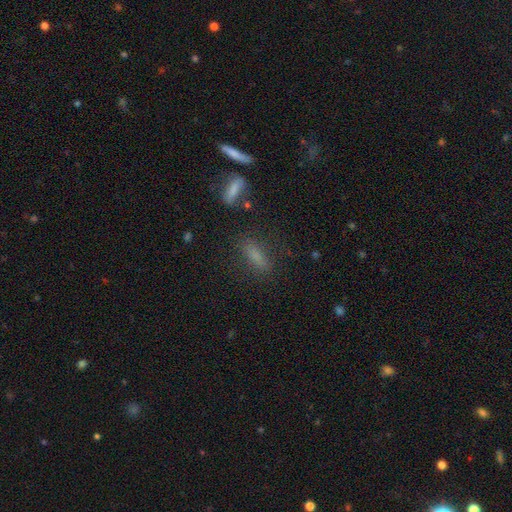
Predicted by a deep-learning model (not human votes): This appears to be a smooth galaxy with no disk features (70%) that is cigar-shaped (51%). Merging: none (78%).